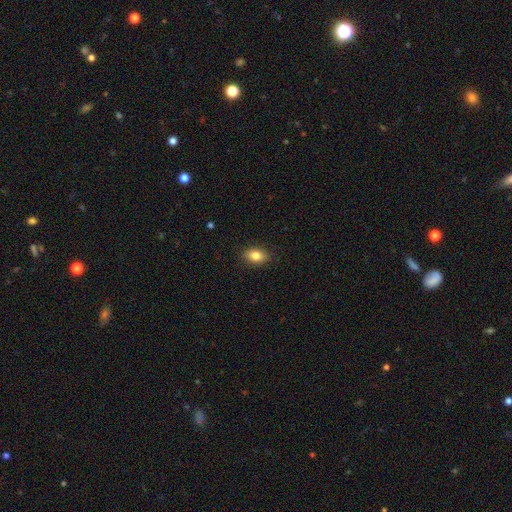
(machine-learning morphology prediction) The model was most divided on "how rounded": in between: 83%, round: 15%, cigar-shaped: 2%. More confident: merging — none (89%); smooth or featured — smooth (83%).